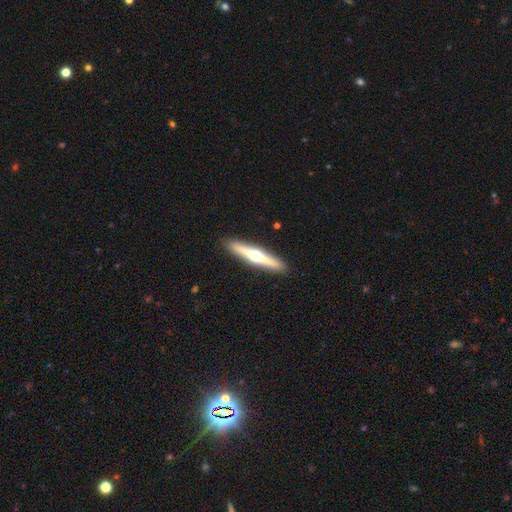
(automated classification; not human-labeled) smooth-or-featured: featured or disk: 67% | smooth: 28% | star or artifact: 5%
  disk-edge-on: yes: 97% | no: 3%
    edge-on-bulge: rounded: 95% | none: 3% | boxy: 2%
  merging: none: 92% | minor disturbance: 6% | major disturbance: 1% | merger: 1%